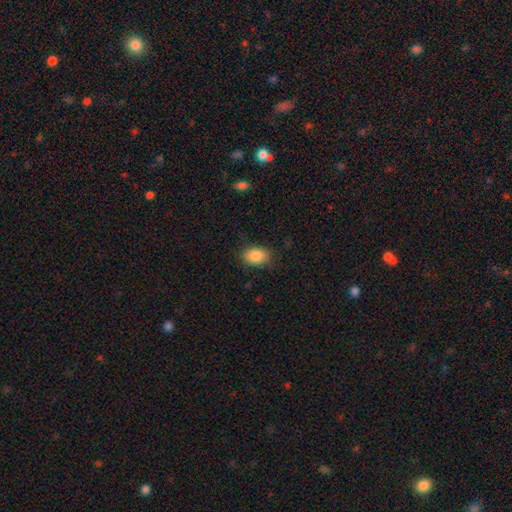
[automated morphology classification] Overall: smooth (87%). How rounded: in between (84%). Merging: none (82%).